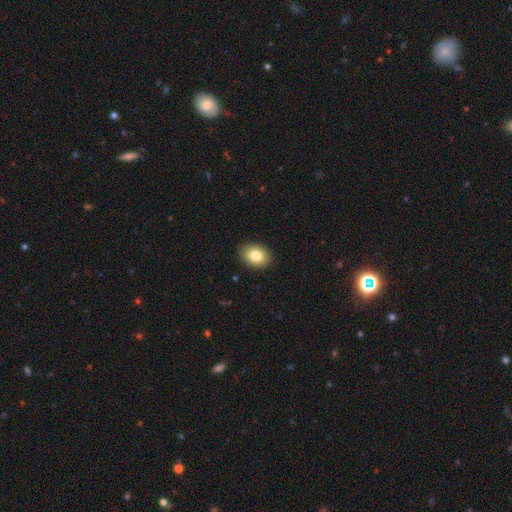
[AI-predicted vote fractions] The model was most divided on "how rounded": in between: 73%, round: 26%, cigar-shaped: 1%. More confident: merging — none (90%); smooth or featured — smooth (83%).